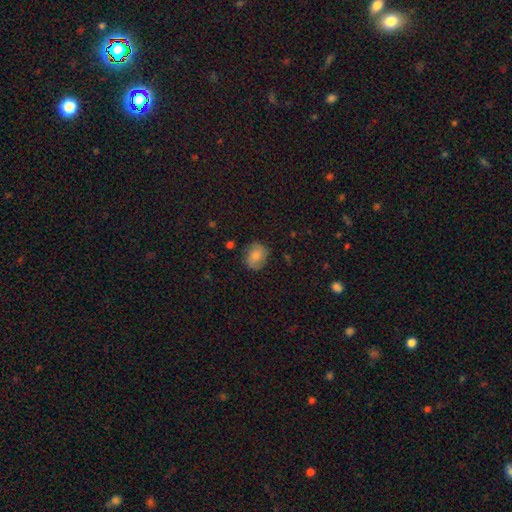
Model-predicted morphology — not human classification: type=smooth (72%); roundness=round (56%); merging=none (76%).